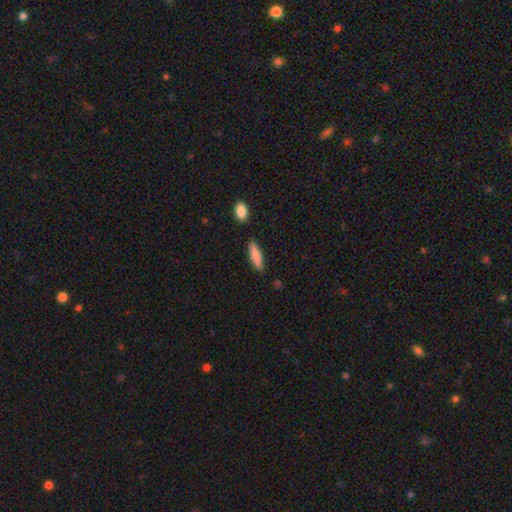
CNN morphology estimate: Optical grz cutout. It shows a smooth galaxy with no disk features (84%) that is cigar-shaped (67%). Merging: none (84%).